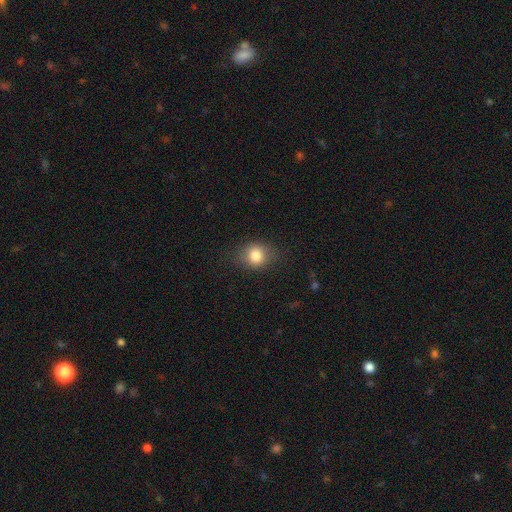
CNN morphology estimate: This appears to be a smooth galaxy with no disk features (81%) that is round (62%). Merging: none (77%).